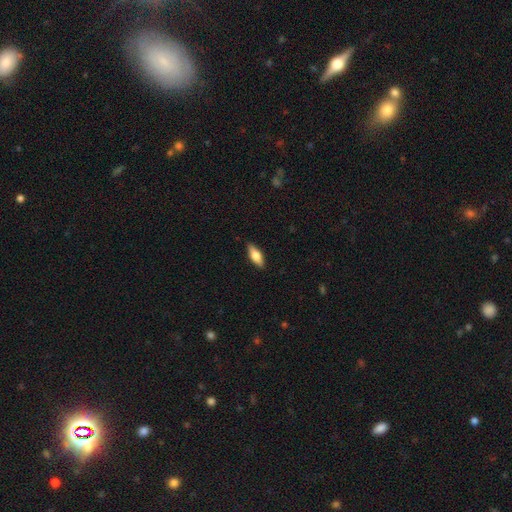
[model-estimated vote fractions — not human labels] smooth-or-featured: smooth: 68% | featured or disk: 26% | star or artifact: 6%
  how-rounded: in between: 67% | cigar-shaped: 31% | round: 2%
  merging: none: 89% | minor disturbance: 9% | major disturbance: 2% | merger: 1%